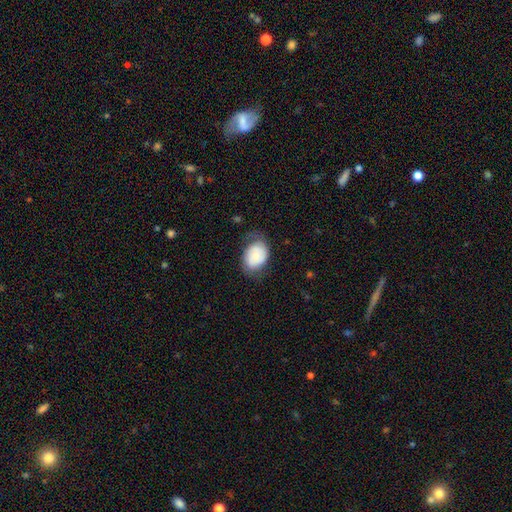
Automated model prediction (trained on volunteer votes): Q: Smooth or featured?
A: smooth (60%); runner-up: featured or disk (32%)
Q: How rounded?
A: in between (70%); runner-up: round (29%)
Q: Merging?
A: none (53%); runner-up: minor disturbance (30%)